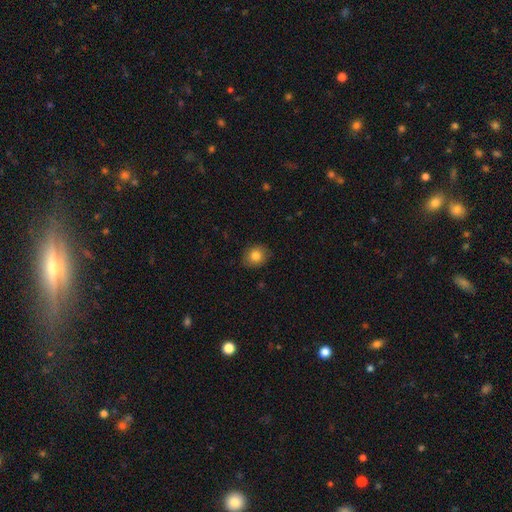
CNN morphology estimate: type=smooth (81%); roundness=round (75%); merging=none (85%).